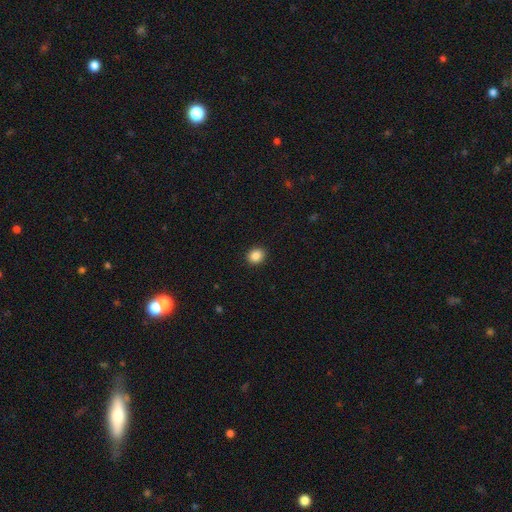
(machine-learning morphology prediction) Q: Smooth or featured?
A: smooth (87%); runner-up: star or artifact (10%)
Q: How rounded?
A: round (67%); runner-up: in between (33%)
Q: Merging?
A: none (92%); runner-up: minor disturbance (5%)